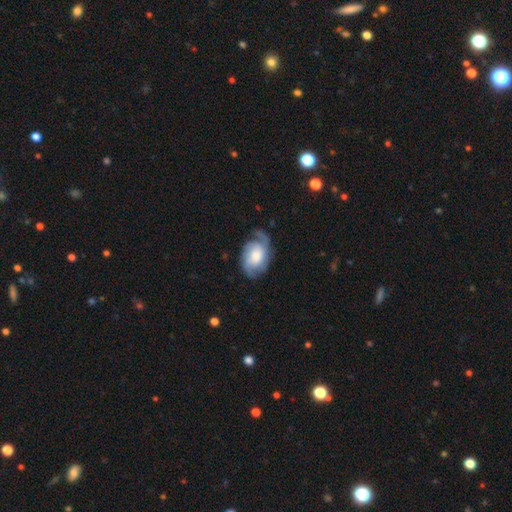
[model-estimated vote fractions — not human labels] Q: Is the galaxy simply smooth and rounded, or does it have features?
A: featured or disk — 62%.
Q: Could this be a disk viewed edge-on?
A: no — 96%.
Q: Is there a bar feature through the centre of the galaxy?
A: no — 71%.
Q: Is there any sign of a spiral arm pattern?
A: yes — 89%.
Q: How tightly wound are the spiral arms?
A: medium — 40%.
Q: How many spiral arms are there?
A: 2 — 46%.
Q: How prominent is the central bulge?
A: moderate — 37%.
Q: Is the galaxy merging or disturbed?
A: none — 54%.